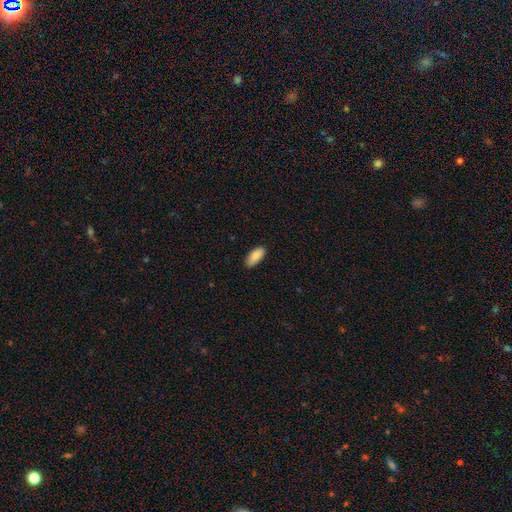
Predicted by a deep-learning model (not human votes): The model was most divided on "merging": none: 84%, minor disturbance: 13%, major disturbance: 2%, merger: 1%. More confident: how rounded — in between (90%); smooth or featured — smooth (88%).